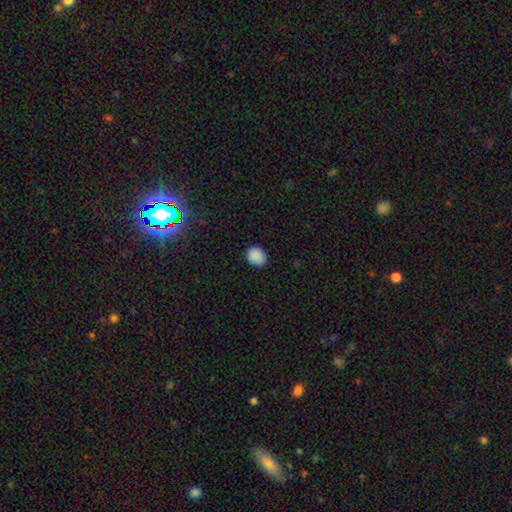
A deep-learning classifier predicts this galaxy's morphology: Smooth or featured? Predicted: smooth (p=0.88). How rounded? Predicted: round (p=0.65). Merging? Predicted: none (p=0.86).